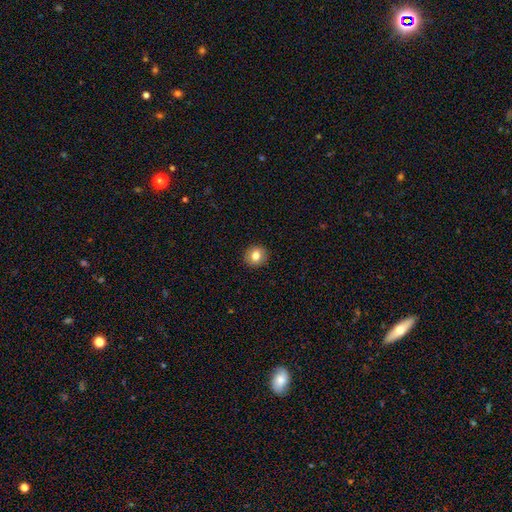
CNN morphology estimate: Smooth or featured? smooth (80%)
How rounded? round (86%)
Merging? none (92%)